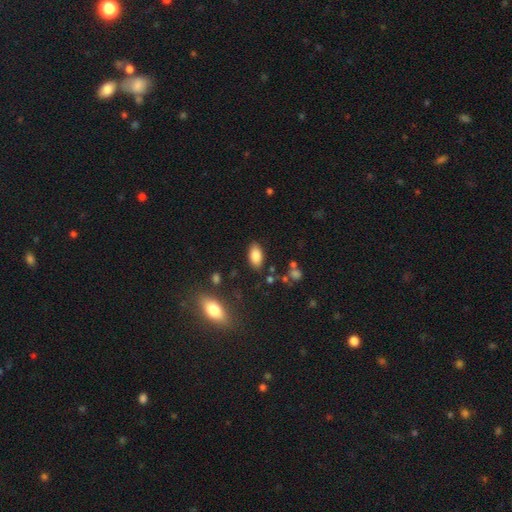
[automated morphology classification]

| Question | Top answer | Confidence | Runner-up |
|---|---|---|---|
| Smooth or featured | smooth | 84% | star or artifact (9%) |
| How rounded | in between | 92% | cigar-shaped (4%) |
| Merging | none | 84% | minor disturbance (11%) |